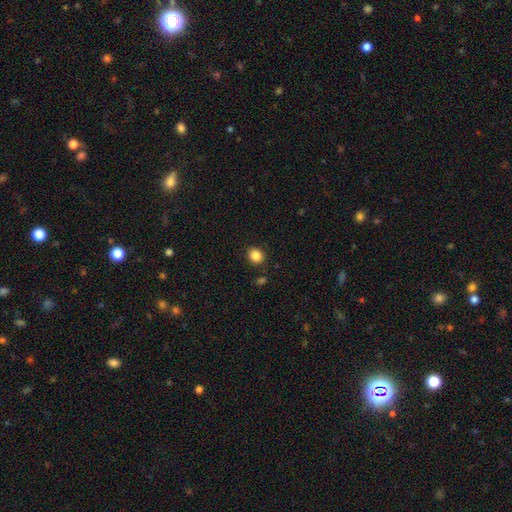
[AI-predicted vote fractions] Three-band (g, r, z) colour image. It shows a smooth galaxy with no disk features (85%) that is round (73%). Merging: none (89%).